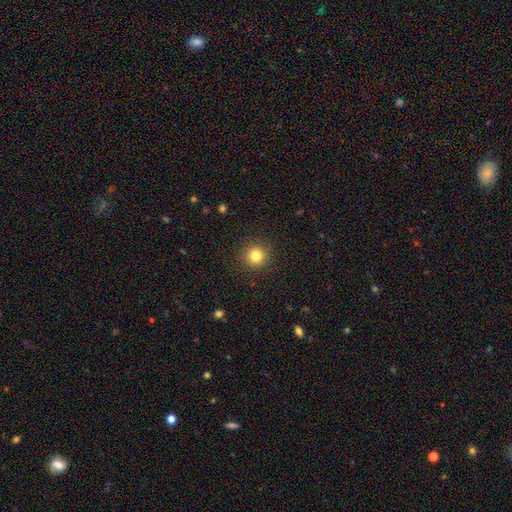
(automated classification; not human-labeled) Overall: smooth (82%). How rounded: round (95%). Merging: none (91%).